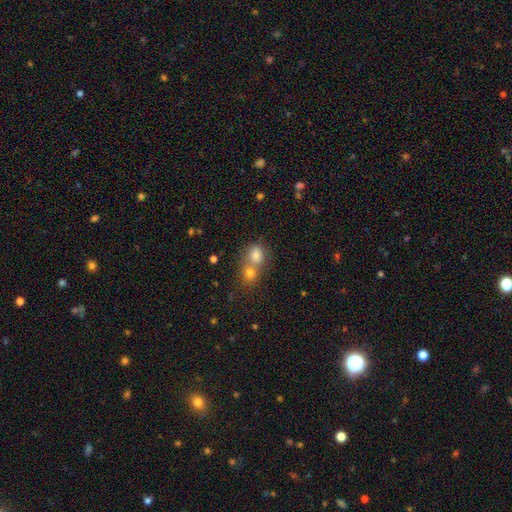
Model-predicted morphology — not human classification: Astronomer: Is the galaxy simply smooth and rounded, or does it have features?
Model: smooth — 73%.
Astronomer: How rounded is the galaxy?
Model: round — 65%.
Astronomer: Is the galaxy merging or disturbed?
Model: merger — 62%.